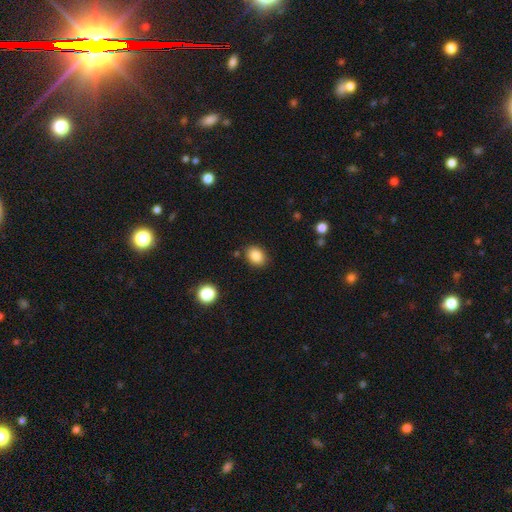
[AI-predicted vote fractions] Overall: smooth (86%). How rounded: in between (59%; round 40%). Merging: none (85%).